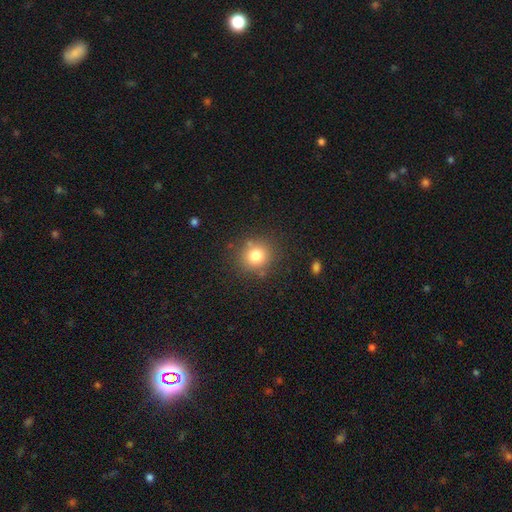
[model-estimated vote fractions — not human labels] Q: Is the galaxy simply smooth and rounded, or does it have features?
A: smooth — 79%.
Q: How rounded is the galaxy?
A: round — 87%.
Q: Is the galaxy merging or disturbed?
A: none — 82%.